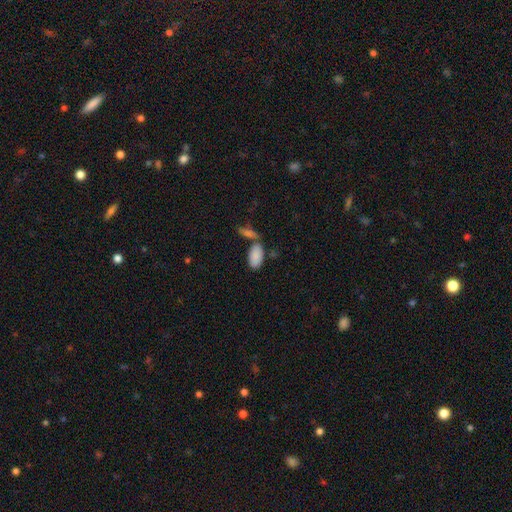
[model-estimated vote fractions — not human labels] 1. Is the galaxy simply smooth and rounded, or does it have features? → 87% smooth, 6% star or artifact, 6% featured or disk.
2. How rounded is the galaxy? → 94% in between, 4% cigar-shaped, 2% round.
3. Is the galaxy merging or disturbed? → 59% none, 25% merger, 12% minor disturbance, 4% major disturbance.